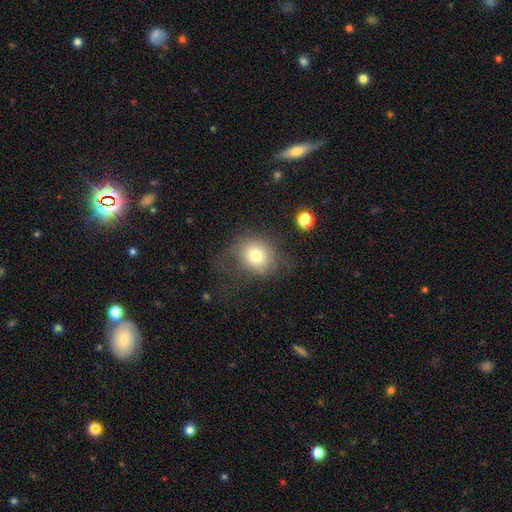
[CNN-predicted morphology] Smooth or featured? smooth (71%)
How rounded? round (68%)
Merging? none (48%)